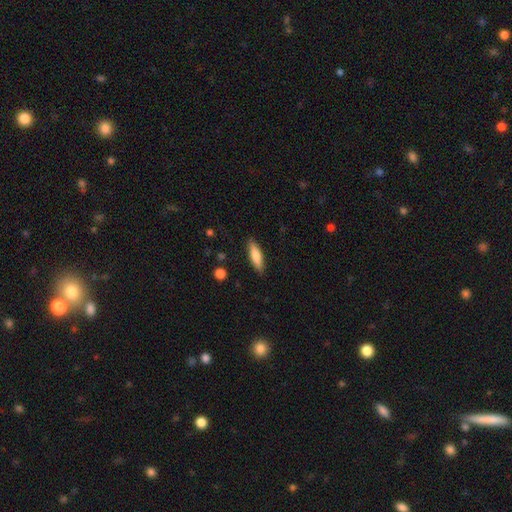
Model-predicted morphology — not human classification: A smooth galaxy with no disk features (76%) that is cigar-shaped (61%). Merging: none (87%).